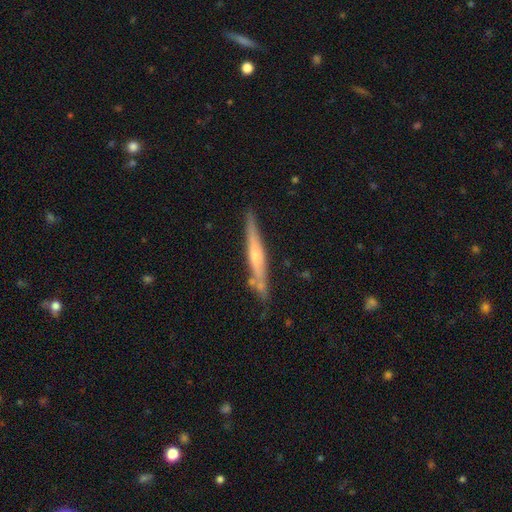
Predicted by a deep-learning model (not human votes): Smooth or featured? Predicted: featured or disk (p=0.60). Edge-on disk? Predicted: yes (p=0.94). Edge-on bulge? Predicted: rounded (p=0.55). Merging? Predicted: none (p=0.79).